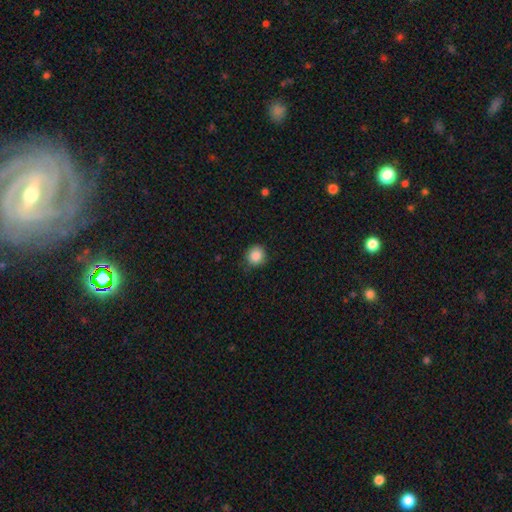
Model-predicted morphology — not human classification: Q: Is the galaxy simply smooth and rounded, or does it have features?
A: smooth — 87%.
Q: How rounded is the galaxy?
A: round — 87%.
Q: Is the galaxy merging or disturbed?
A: none — 81%.